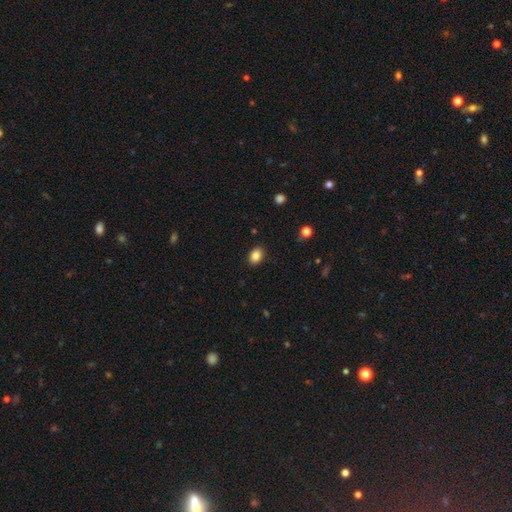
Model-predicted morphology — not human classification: Smooth or featured?
  - smooth: 87% *
  - star or artifact: 9%
  - featured or disk: 4%
How rounded?
  - in between: 74% *
  - round: 25%
  - cigar-shaped: 1%
Merging?
  - none: 89% *
  - minor disturbance: 8%
  - major disturbance: 2%
  - merger: 1%